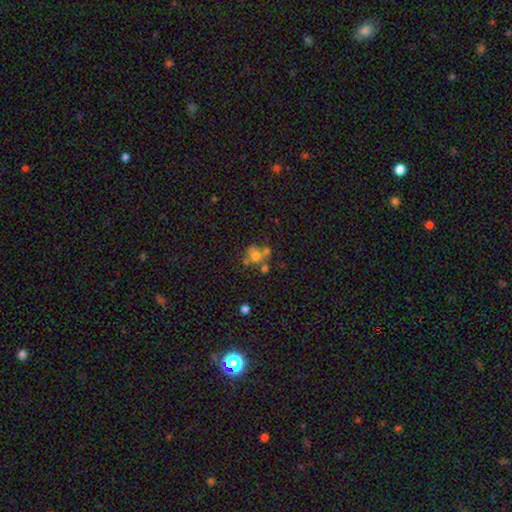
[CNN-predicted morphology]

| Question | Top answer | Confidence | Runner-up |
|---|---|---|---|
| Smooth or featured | smooth | 58% | featured or disk (25%) |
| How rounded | round | 78% | in between (21%) |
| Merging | none | 44% | merger (37%) |